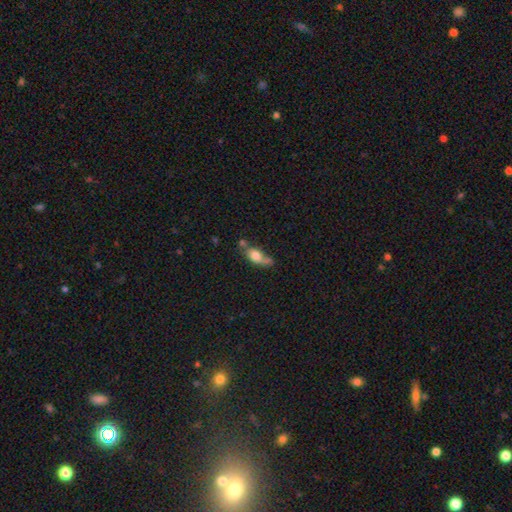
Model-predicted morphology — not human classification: type=smooth (67%); roundness=in between (69%); merging=none (32%).